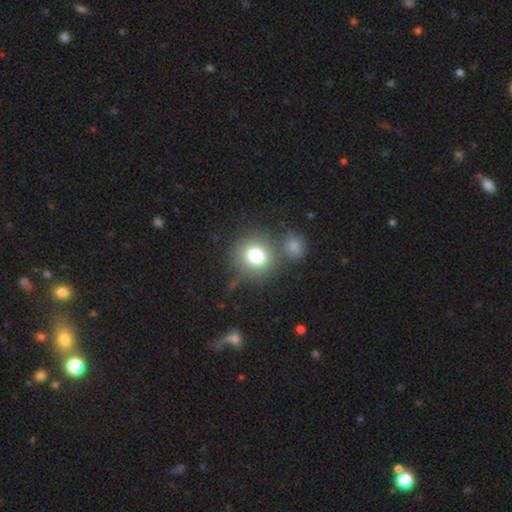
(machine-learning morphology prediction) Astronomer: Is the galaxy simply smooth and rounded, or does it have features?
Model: smooth — 77%.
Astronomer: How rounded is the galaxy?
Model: round — 87%.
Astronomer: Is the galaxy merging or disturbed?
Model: none — 66%.